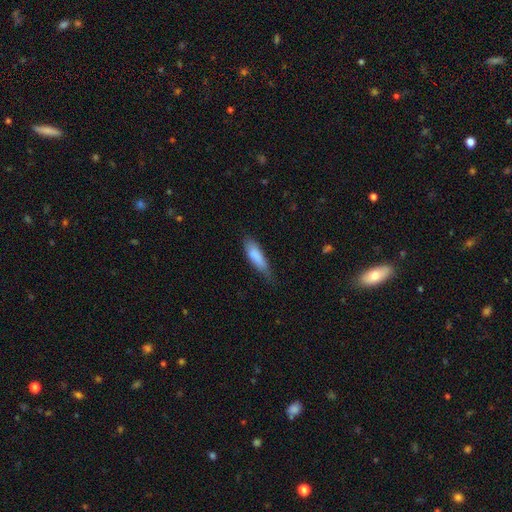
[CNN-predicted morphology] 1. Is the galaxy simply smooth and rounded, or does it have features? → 84% smooth, 10% featured or disk, 6% star or artifact.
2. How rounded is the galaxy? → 49% cigar-shaped (tied), 49% in between (tied), 2% round.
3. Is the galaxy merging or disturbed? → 57% none, 34% minor disturbance, 8% major disturbance, 2% merger.